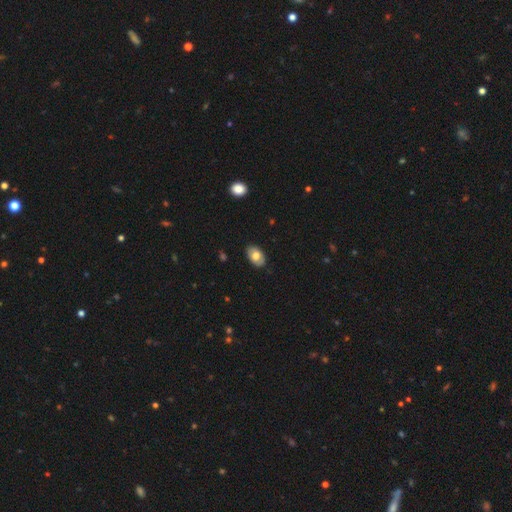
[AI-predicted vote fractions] Overall: smooth (73%). How rounded: in between (91%). Merging: none (85%).